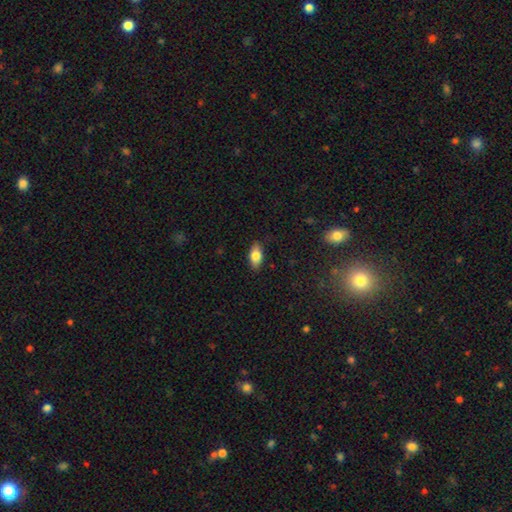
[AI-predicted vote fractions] A smooth galaxy with no disk features (80%) that is in between round and cigar-shaped (89%). Merging: none (86%).